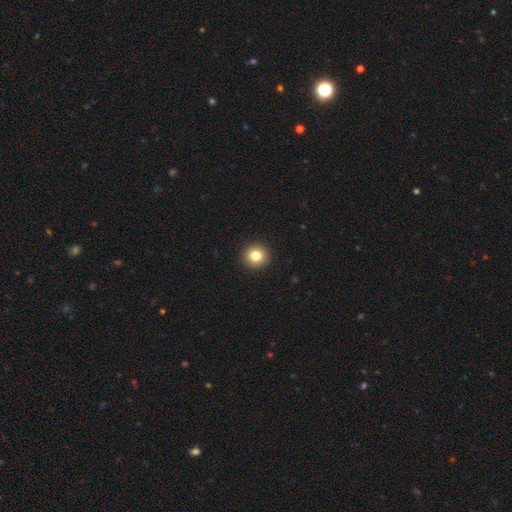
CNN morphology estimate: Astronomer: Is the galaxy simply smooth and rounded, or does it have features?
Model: smooth — 82%.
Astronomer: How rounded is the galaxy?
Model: round — 93%.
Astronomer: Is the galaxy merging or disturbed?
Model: none — 93%.